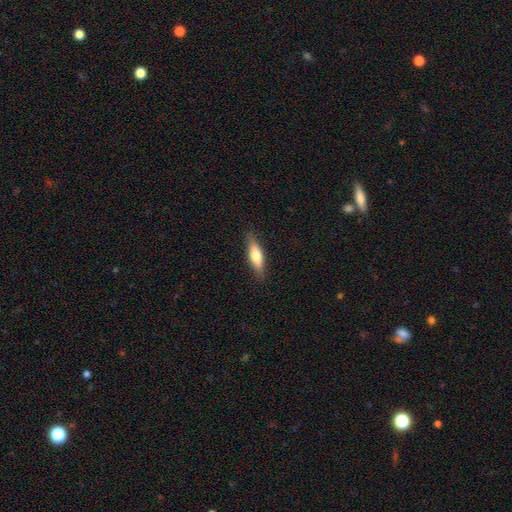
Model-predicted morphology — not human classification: Smooth or featured? smooth (64%)
How rounded? cigar-shaped (55%)
Merging? none (86%)